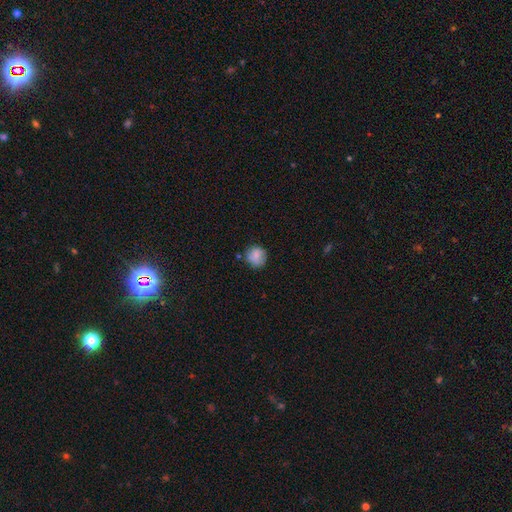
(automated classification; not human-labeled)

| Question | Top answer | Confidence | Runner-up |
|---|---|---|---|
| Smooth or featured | smooth | 79% | featured or disk (13%) |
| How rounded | round | 87% | in between (12%) |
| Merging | none | 72% | minor disturbance (19%) |